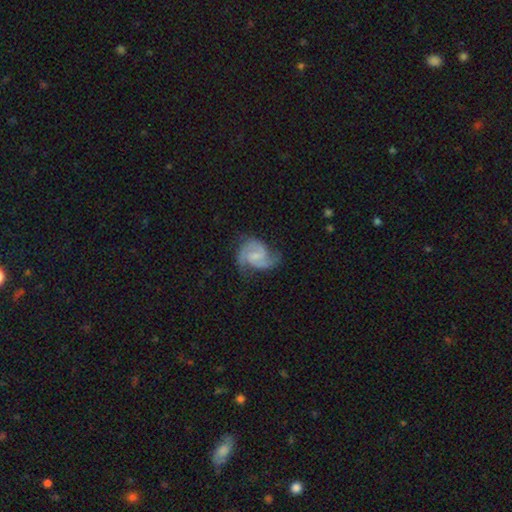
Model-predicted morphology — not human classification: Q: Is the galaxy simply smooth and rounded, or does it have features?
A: featured or disk — 88%.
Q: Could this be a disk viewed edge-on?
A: no — 98%.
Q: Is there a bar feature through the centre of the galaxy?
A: weak — 48%.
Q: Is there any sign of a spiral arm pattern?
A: yes — 98%.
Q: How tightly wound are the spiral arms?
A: medium — 54%.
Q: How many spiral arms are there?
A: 2 — 80%.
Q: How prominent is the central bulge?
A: small — 55%.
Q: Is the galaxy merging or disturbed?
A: none — 68%.